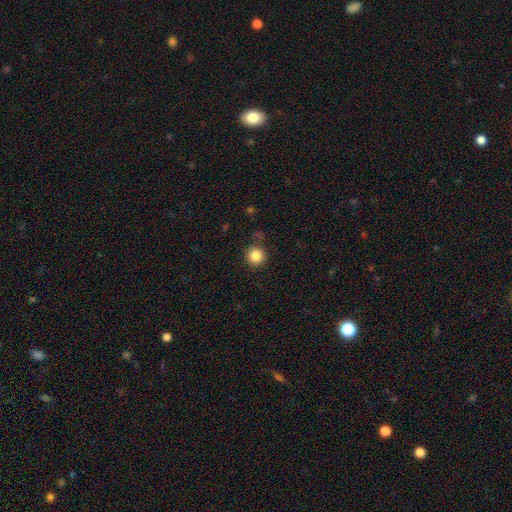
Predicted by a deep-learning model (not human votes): Smooth or featured?
  - smooth: 85% *
  - star or artifact: 10%
  - featured or disk: 5%
How rounded?
  - round: 94% *
  - in between: 5%
  - cigar-shaped: 1%
Merging?
  - none: 87% *
  - minor disturbance: 8%
  - major disturbance: 3%
  - merger: 2%